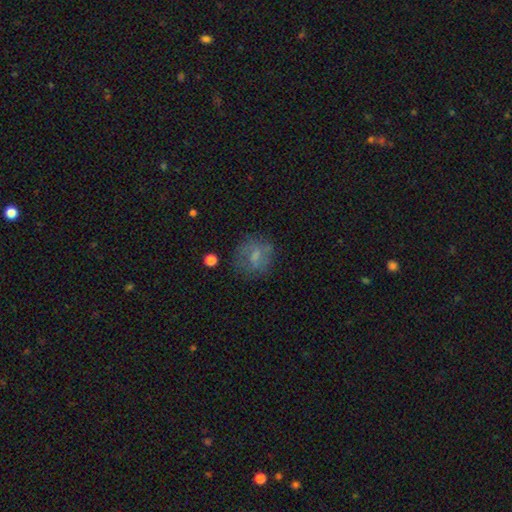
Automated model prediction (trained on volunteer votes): Smooth or featured?
  - smooth: 56% *
  - featured or disk: 32%
  - star or artifact: 12%
How rounded?
  - round: 72% *
  - in between: 26%
  - cigar-shaped: 2%
Merging?
  - none: 62% *
  - minor disturbance: 20%
  - major disturbance: 15%
  - merger: 3%